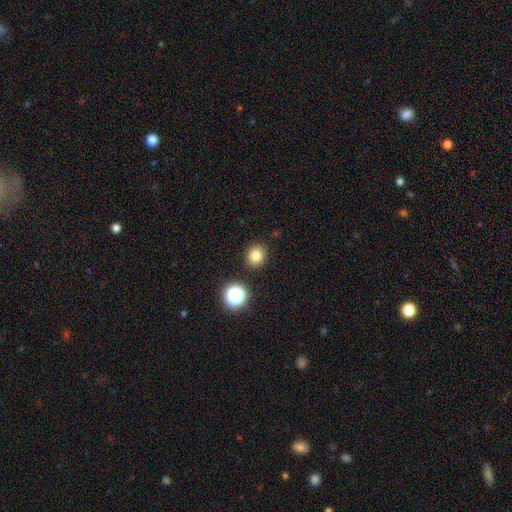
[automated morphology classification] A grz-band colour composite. It shows a smooth galaxy with no disk features (80%) that is round (76%). Merging: none (89%).